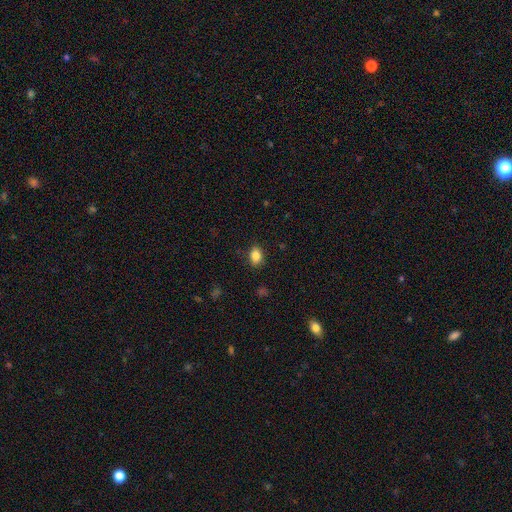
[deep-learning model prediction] A smooth galaxy with no disk features (85%) that is in between round and cigar-shaped (74%).

Vote fractions:
- Smooth or featured? smooth: 85% / star or artifact: 9% / featured or disk: 6%
- How rounded? in between: 74% / round: 25% / cigar-shaped: 1%
- Merging? none: 85% / minor disturbance: 11% / major disturbance: 2% / merger: 1%